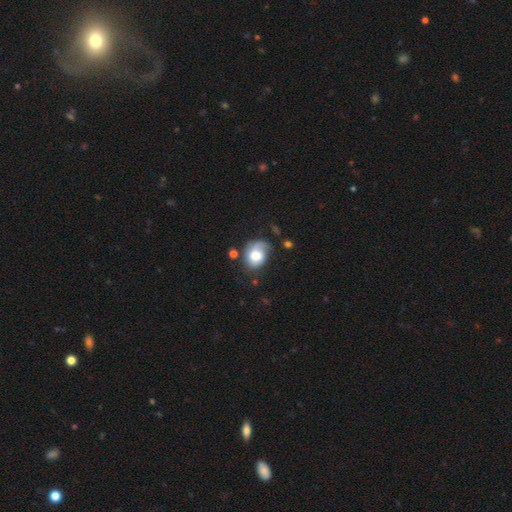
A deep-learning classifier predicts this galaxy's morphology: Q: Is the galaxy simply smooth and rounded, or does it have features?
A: smooth — 55%.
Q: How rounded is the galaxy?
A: in between — 57%.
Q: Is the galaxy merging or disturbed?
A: none — 42%.